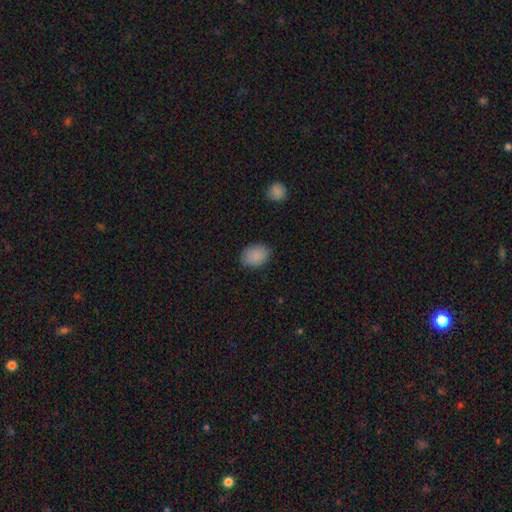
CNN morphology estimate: smooth-or-featured: smooth: 88% | star or artifact: 8% | featured or disk: 4%
  how-rounded: in between: 74% | round: 25% | cigar-shaped: 1%
  merging: none: 85% | minor disturbance: 11% | major disturbance: 3% | merger: 1%